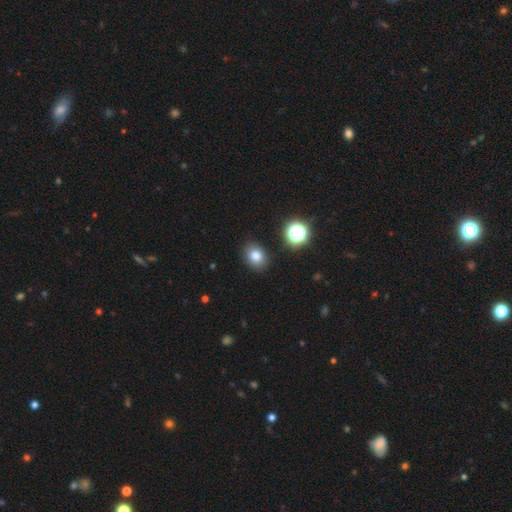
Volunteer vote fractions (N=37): Volunteers were most divided on "how rounded" (2-way tie): round: 50%, in between: 50%, cigar-shaped: 0%. More confident: merging — none (88%); smooth or featured — smooth (81%).